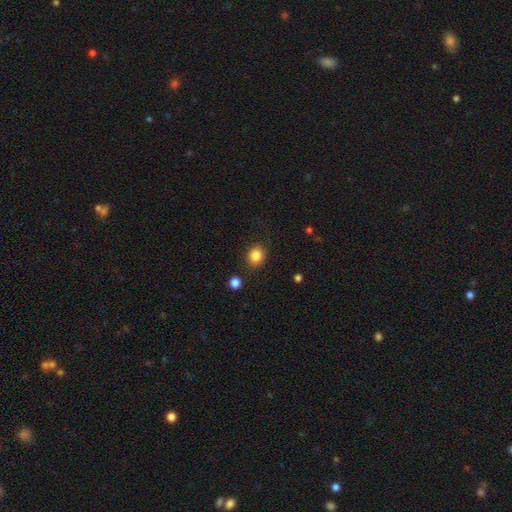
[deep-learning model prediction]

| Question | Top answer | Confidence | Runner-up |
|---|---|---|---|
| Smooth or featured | smooth | 85% | star or artifact (10%) |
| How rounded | round | 66% | in between (34%) |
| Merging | none | 86% | minor disturbance (9%) |